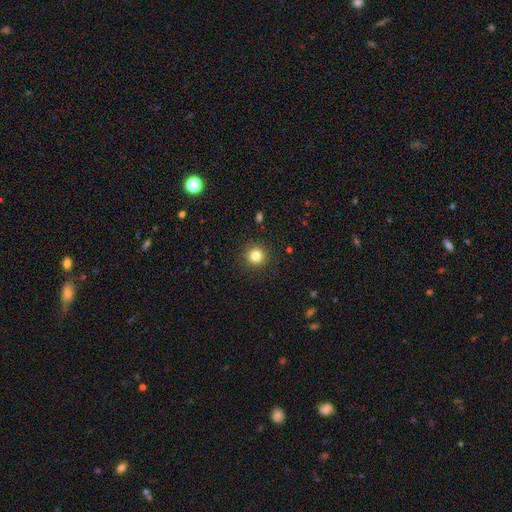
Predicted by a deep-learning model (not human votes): Smooth or featured: smooth — 82% (star or artifact — 12%)
How rounded: round — 95% (in between — 4%)
Merging: none — 92% (minor disturbance — 5%)